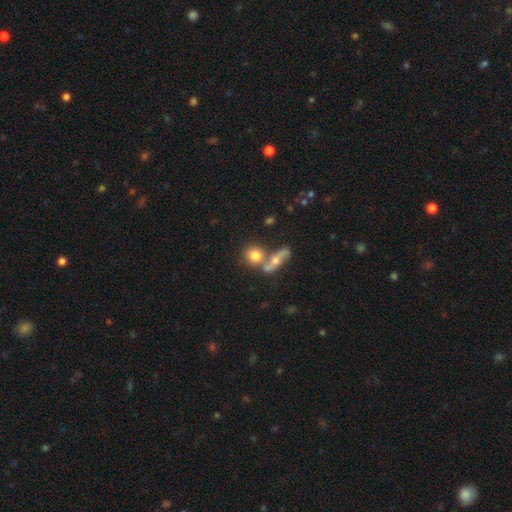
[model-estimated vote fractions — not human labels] smooth-or-featured: smooth: 73% | featured or disk: 18% | star or artifact: 9%
  how-rounded: round: 78% | in between: 19% | cigar-shaped: 4%
  merging: none: 46% | merger: 40% | minor disturbance: 9% | major disturbance: 5%